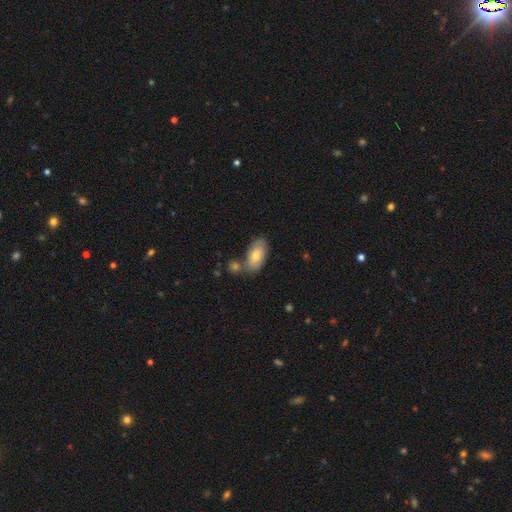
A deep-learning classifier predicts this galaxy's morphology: type=smooth (75%); roundness=in between (91%); merging=none (60%).